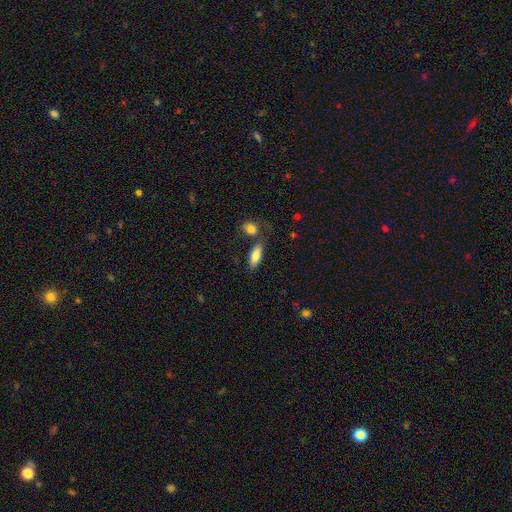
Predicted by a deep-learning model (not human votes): This is clearly a smooth galaxy (81%). How rounded: likely in between (75%). Merging: likely none (62%).